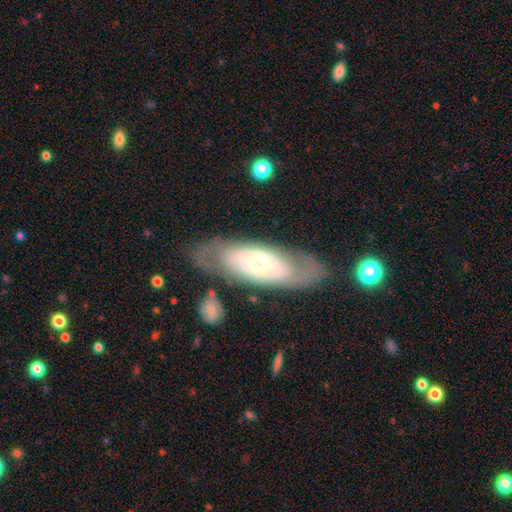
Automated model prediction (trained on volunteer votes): Smooth or featured?
  - featured or disk: 67% *
  - smooth: 27%
  - star or artifact: 6%
Edge-on disk?
  - no: 83% *
  - yes: 17%
Bar?
  - no: 79% *
  - weak: 15%
  - strong: 6%
Spiral arms?
  - no: 53% *
  - yes: 47%
Bulge size?
  - small: 49% *
  - moderate: 43%
  - large: 5%
  - dominant: 1%
  - none: 1%
Merging?
  - none: 77% *
  - minor disturbance: 14%
  - major disturbance: 7%
  - merger: 3%